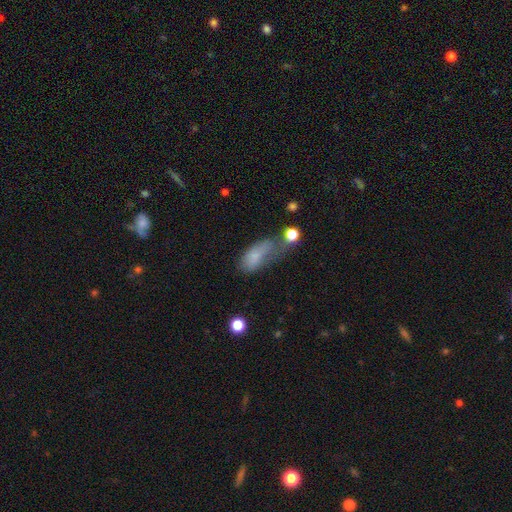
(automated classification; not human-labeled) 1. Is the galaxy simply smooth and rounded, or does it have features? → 74% smooth, 16% featured or disk, 10% star or artifact.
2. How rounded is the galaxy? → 82% in between, 14% cigar-shaped, 5% round.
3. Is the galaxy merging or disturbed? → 38% major disturbance, 27% minor disturbance, 23% none, 12% merger.